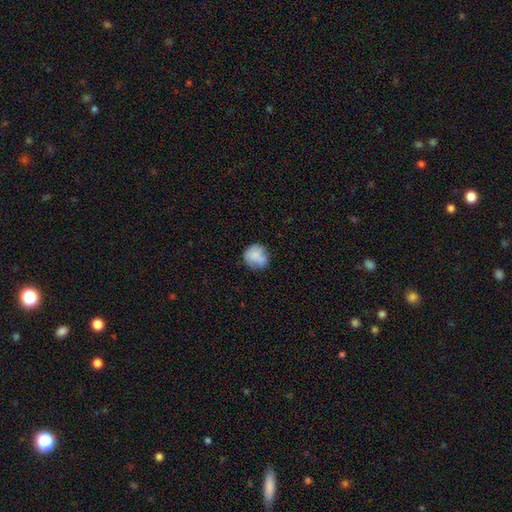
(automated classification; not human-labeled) Smooth or featured? smooth (78%)
How rounded? round (85%)
Merging? none (66%)